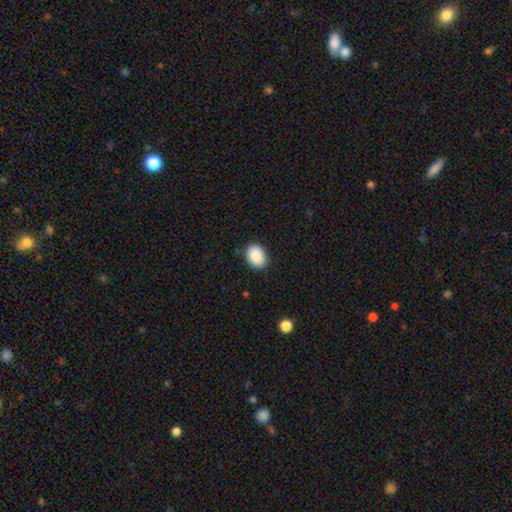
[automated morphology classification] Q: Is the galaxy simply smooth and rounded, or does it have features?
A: smooth — 89%.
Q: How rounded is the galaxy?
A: in between — 74%.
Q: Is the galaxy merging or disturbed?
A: none — 86%.